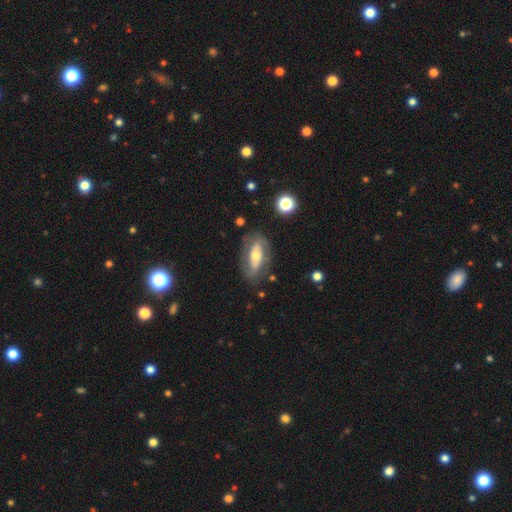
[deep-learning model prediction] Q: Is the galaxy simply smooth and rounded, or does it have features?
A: featured or disk — 65%.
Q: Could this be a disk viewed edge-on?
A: no — 86%.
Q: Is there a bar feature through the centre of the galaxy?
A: no — 43%.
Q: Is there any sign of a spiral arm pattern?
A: yes — 64%.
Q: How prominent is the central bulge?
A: moderate — 58%.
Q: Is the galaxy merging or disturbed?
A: none — 73%.